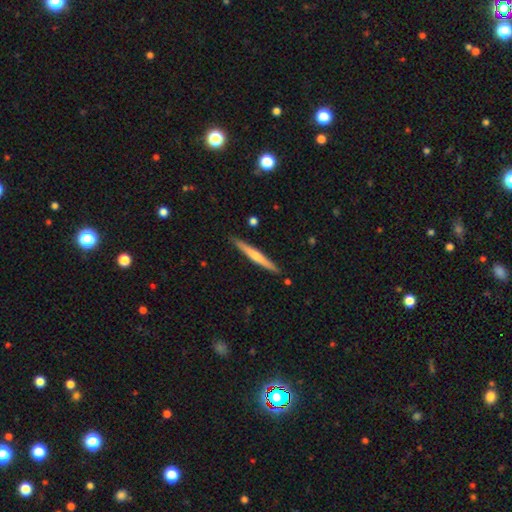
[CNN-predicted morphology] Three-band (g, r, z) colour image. It shows a featured or disk galaxy (58%) viewed edge-on (97%) with a rounded central bulge (63%). Merging: none (91%).